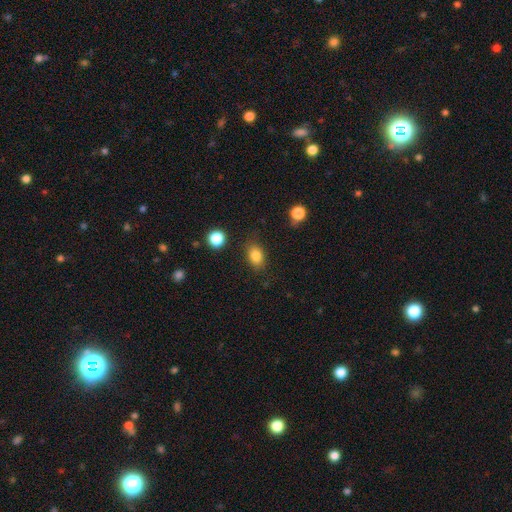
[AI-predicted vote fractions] Smooth or featured? smooth (83%)
How rounded? in between (75%)
Merging? none (81%)